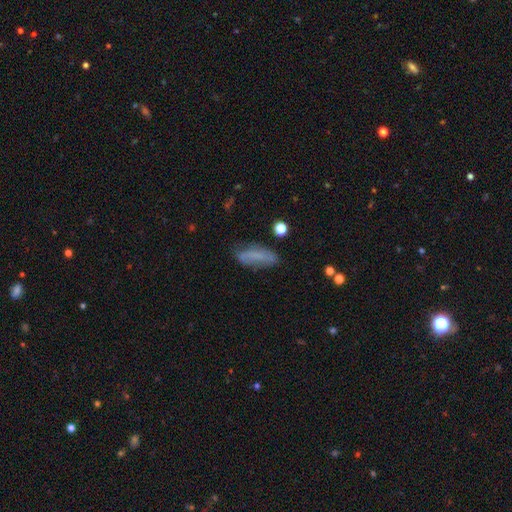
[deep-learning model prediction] Smooth or featured? Predicted: smooth (p=0.62). How rounded? Predicted: in between (p=0.61). Merging? Predicted: none (p=0.64).